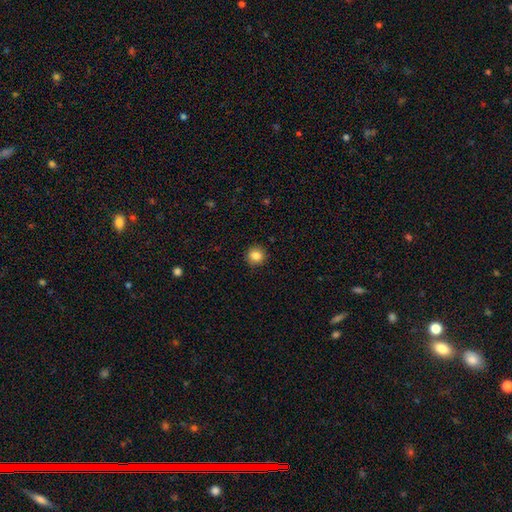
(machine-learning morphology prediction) type=smooth (85%); roundness=round (92%); merging=none (92%).